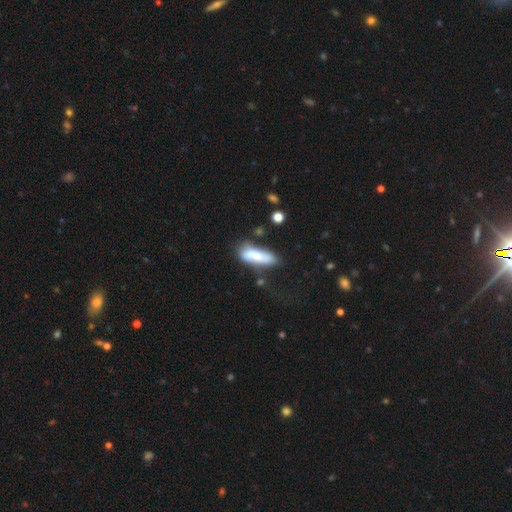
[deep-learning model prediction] A smooth galaxy with no disk features (72%) that is in between round and cigar-shaped (55%). Merging: none (49%).